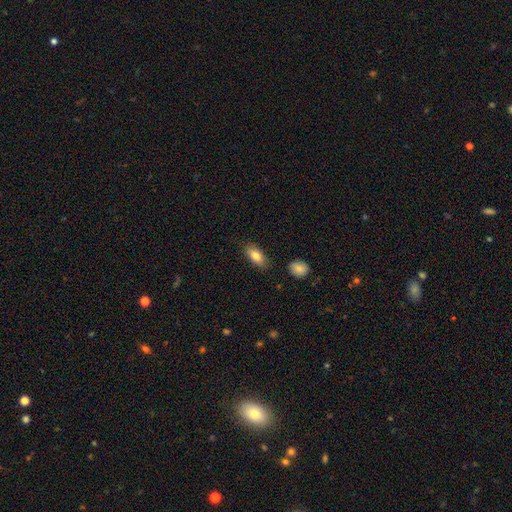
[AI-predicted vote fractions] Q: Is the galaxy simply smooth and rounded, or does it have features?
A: smooth — 80%.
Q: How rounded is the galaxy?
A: in between — 85%.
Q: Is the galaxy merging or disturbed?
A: none — 84%.